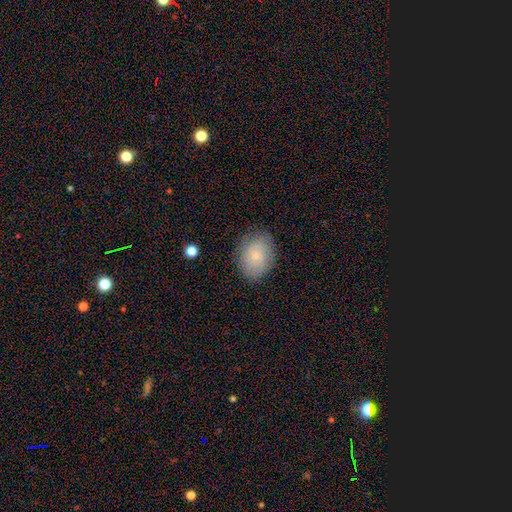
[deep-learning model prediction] Morphology: type=smooth (75%); roundness=in between (70%); merging=none (81%).